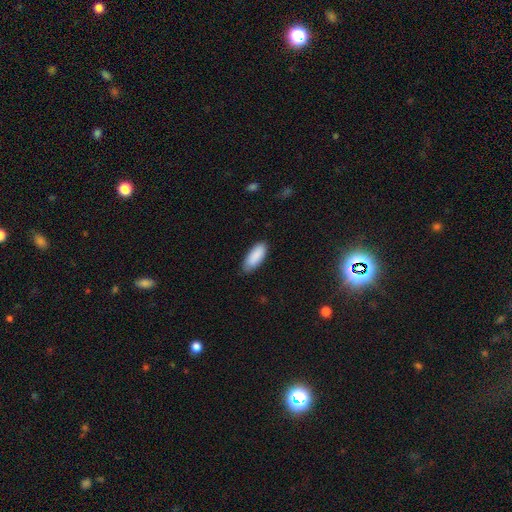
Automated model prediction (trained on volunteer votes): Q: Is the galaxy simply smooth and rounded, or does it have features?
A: smooth — 90%.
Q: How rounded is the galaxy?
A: in between — 79%.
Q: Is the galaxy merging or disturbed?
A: none — 82%.